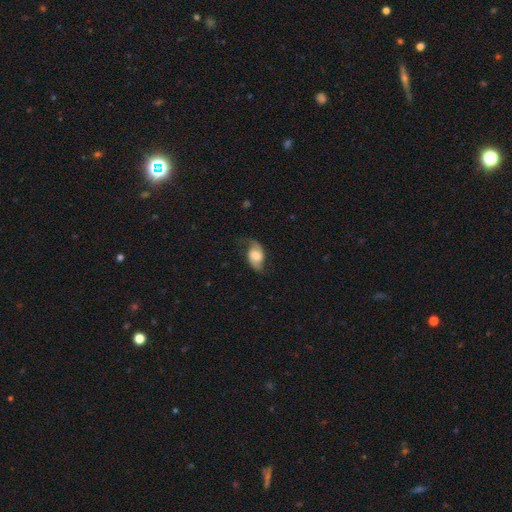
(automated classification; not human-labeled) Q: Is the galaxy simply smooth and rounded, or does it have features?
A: featured or disk — 63%.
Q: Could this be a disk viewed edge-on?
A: no — 96%.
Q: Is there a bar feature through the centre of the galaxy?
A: no — 54%.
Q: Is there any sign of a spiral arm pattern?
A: yes — 91%.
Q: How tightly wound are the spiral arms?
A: loose — 58%.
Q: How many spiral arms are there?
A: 2 — 85%.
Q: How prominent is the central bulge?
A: moderate — 39%.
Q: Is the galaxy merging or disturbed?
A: none — 62%.